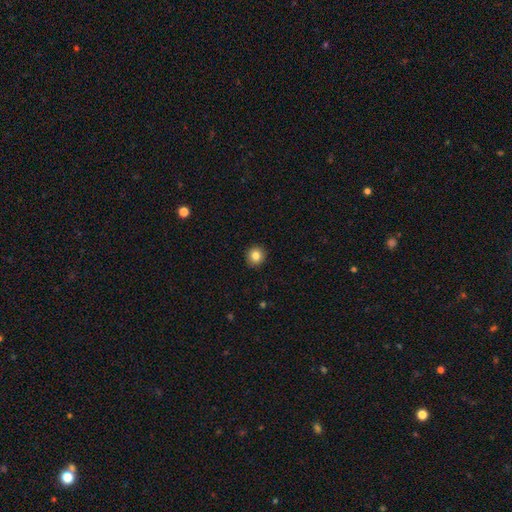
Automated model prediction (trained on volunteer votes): Smooth or featured? Predicted: smooth (p=0.83). How rounded? Predicted: round (p=0.91). Merging? Predicted: none (p=0.92).